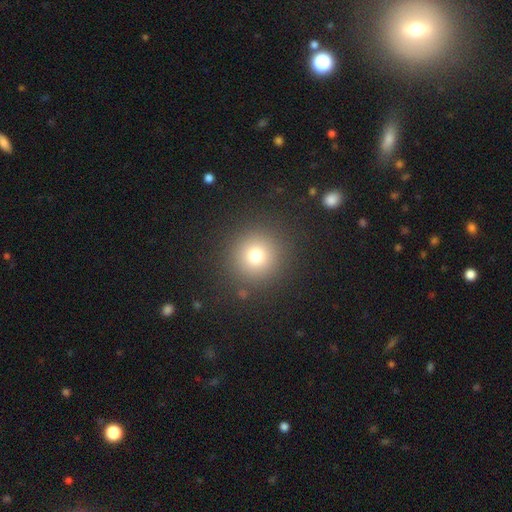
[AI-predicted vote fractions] smooth_or_featured: smooth (p=0.73) [alt: star or artifact p=0.17]
how_rounded: round (p=0.95) [alt: in between p=0.04]
merging: none (p=0.88) [alt: minor disturbance p=0.06]